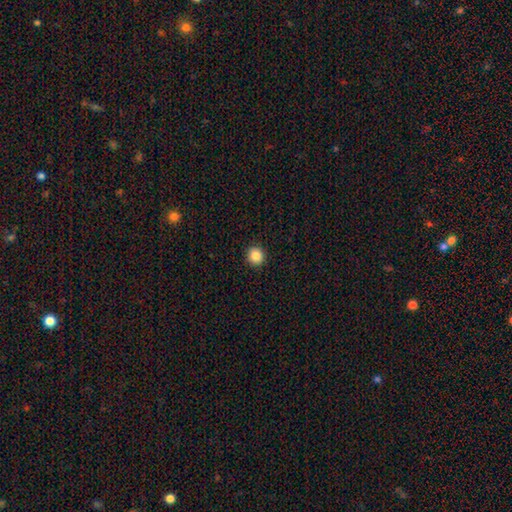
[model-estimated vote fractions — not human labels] This is clearly a smooth galaxy (86%). How rounded: clearly round (94%). Merging: clearly none (93%).